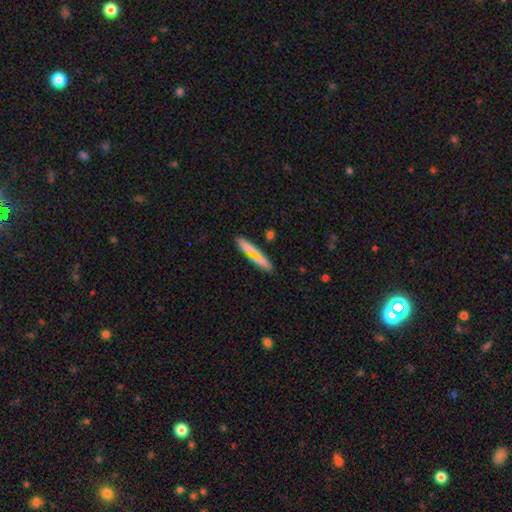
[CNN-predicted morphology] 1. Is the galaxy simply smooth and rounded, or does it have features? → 72% smooth, 19% featured or disk, 9% star or artifact.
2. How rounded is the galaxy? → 78% cigar-shaped, 19% in between, 3% round.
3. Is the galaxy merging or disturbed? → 73% none, 12% minor disturbance, 11% merger, 3% major disturbance.